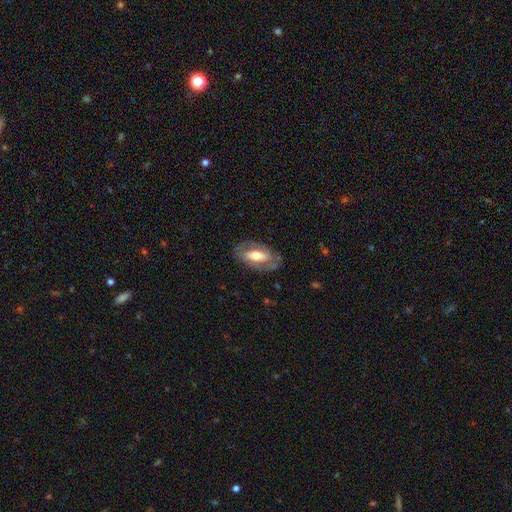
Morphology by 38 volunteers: Smooth or featured: featured or disk — 82% (smooth — 16%)
Edge-on disk: no — 87% (yes — 13%)
Bar: strong — 44% (no — 30%)
Spiral arms: yes — 63% (no — 37%)
Spiral winding: tight — 65% (medium — 29%)
Spiral arm count: 2 — 76% (can't tell — 24%)
Bulge size: moderate — 67% (large — 26%)
Merging: none — 89% (minor disturbance — 8%)